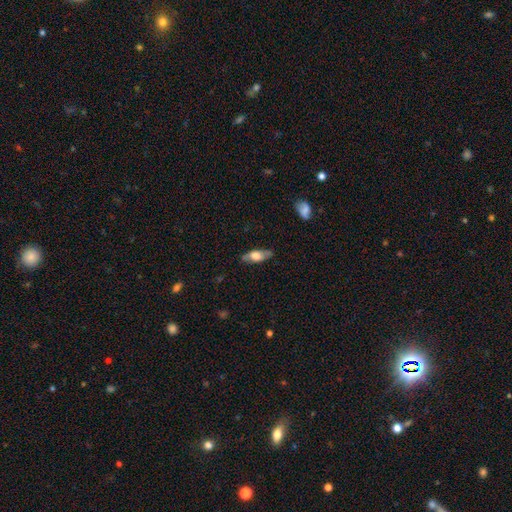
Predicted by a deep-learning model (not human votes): Smooth or featured: smooth — 57% (featured or disk — 37%)
How rounded: in between — 71% (cigar-shaped — 25%)
Merging: none — 79% (minor disturbance — 16%)